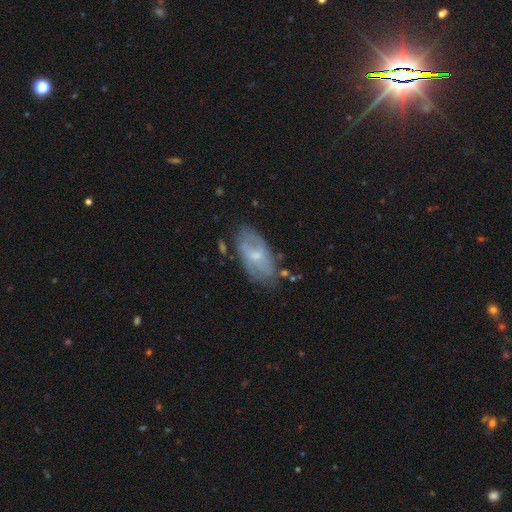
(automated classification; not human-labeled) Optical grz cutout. It shows a featured or disk galaxy (58%) with no bar (48%), spiral arms (60%) and a small central bulge (58%). Merging: none (64%).